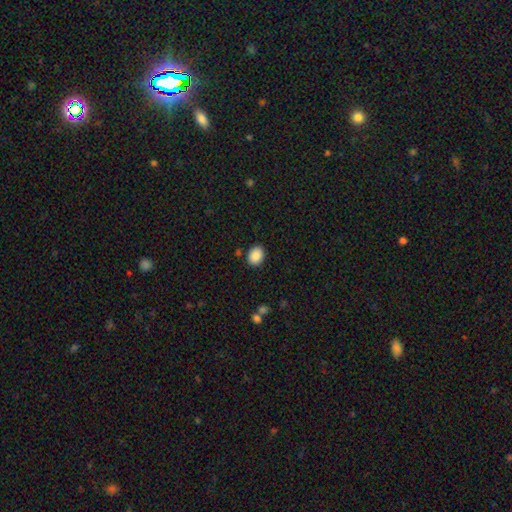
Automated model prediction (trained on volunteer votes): Smooth or featured? smooth (89%)
How rounded? in between (62%)
Merging? none (86%)